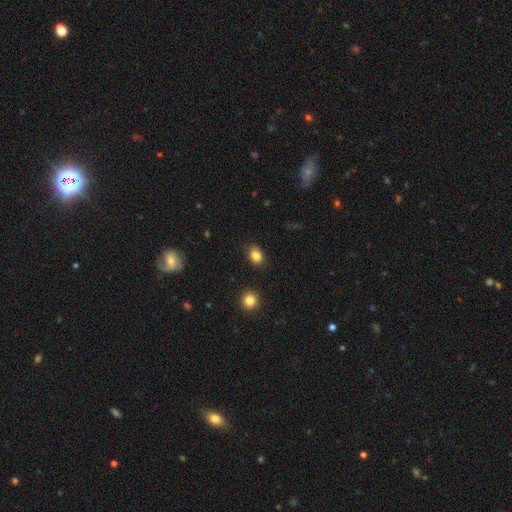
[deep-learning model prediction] smooth 83%, star or artifact 10%, featured or disk 6%. Down the decision tree: how rounded — in between (68%); merging — none (87%).